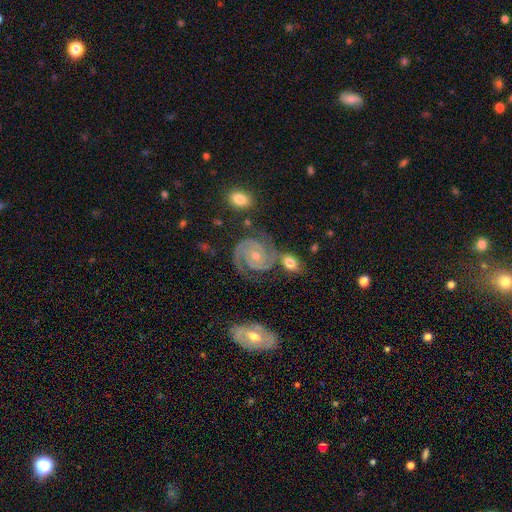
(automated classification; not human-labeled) A featured or disk galaxy (90%) with no bar (71%), 2 (78%) tight (71%) spiral arms (98%) and a small central bulge (55%).

Vote fractions:
- Smooth or featured? featured or disk: 90% / star or artifact: 5% / smooth: 4%
- Edge-on disk? no: 98% / yes: 2%
- Bar? no: 71% / weak: 21% / strong: 7%
- Spiral arms? yes: 98% / no: 2%
- Spiral winding? tight: 71% / medium: 26% / loose: 4%
- Spiral arm count? 2: 78% / 3: 11% / can't tell: 4% / 1: 2% / 4: 2% / more than 4: 2%
- Bulge size? small: 55% / moderate: 41% / none: 1% / large: 1% / dominant: 1%
- Merging? none: 67% / minor disturbance: 17% / merger: 10% / major disturbance: 7%